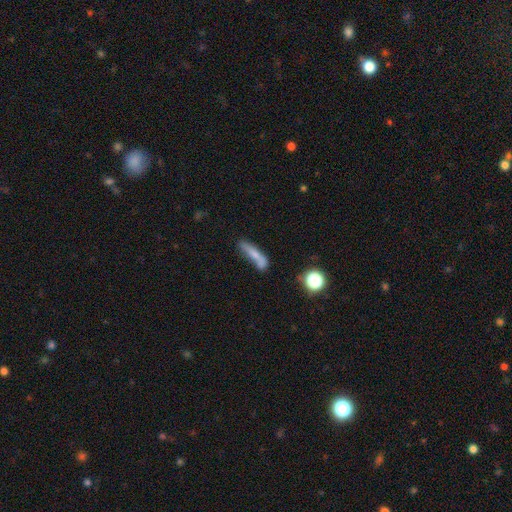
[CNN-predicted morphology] smooth 63%, featured or disk 27%, star or artifact 9%. Down the decision tree: how rounded — cigar-shaped (77%); merging — none (48%).